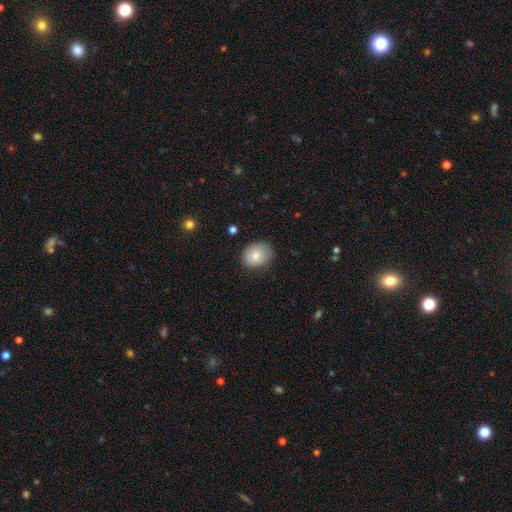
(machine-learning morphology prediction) Smooth or featured? smooth (82%)
How rounded? round (51%)
Merging? none (77%)